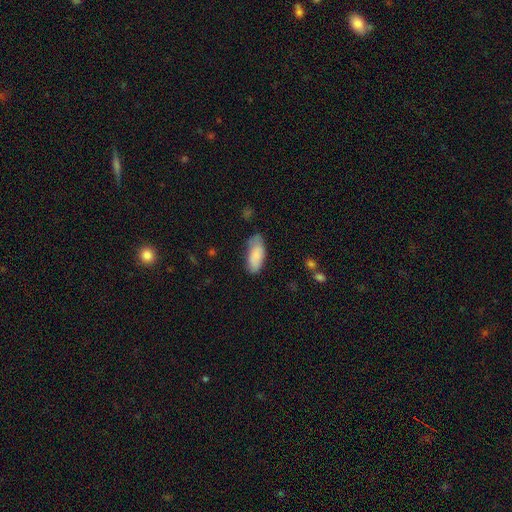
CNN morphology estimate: type=smooth (84%); roundness=in between (82%); merging=none (62%).